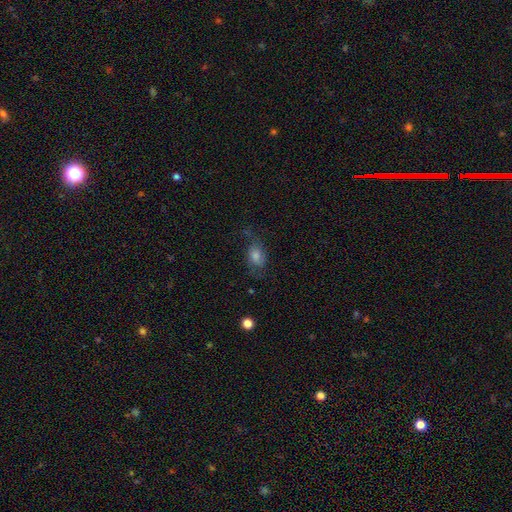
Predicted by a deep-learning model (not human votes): This is possibly a smooth galaxy (49%). Merging: possibly none (57%).